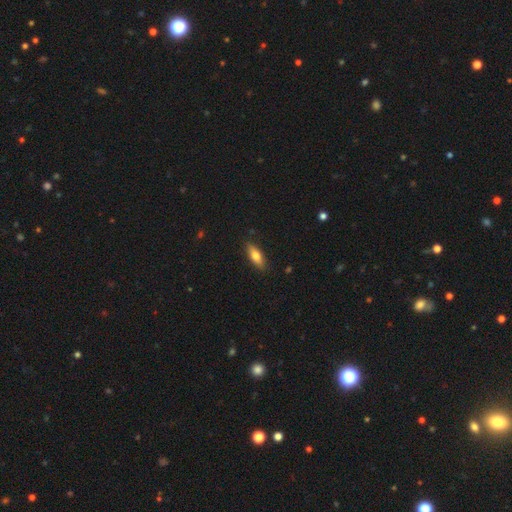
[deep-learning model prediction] This appears to be a smooth galaxy with no disk features (72%) that is in between round and cigar-shaped (65%). Merging: none (86%).